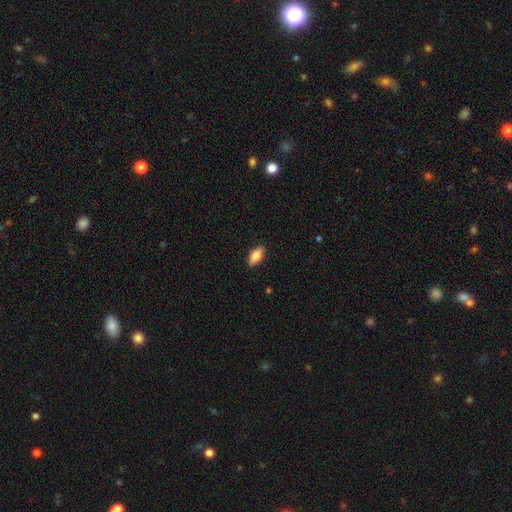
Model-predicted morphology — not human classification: A smooth galaxy with no disk features (75%) that is in between round and cigar-shaped (84%). Merging: none (88%).